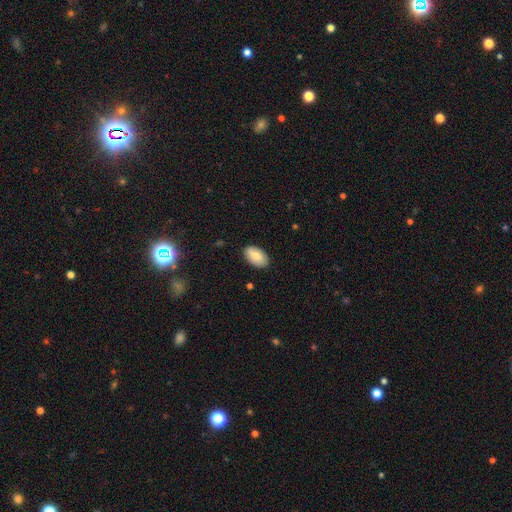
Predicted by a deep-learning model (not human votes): Smooth or featured? smooth (75%)
How rounded? in between (94%)
Merging? none (86%)